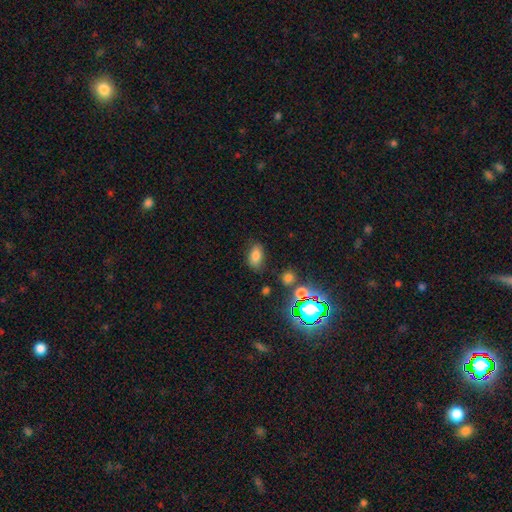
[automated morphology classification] A smooth galaxy with no disk features (76%) that is in between round and cigar-shaped (88%). Merging: none (79%).